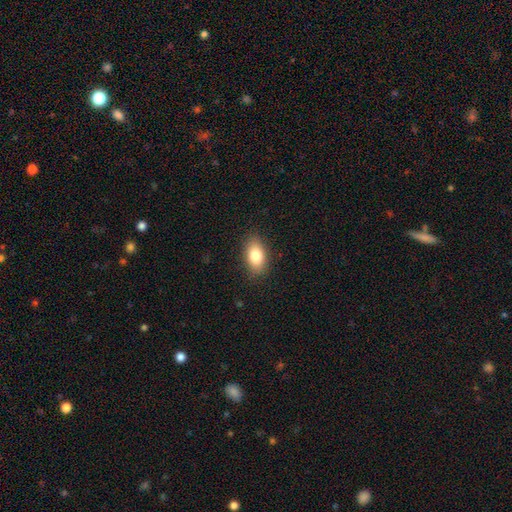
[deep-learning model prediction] Morphology: type=smooth (82%); roundness=in between (90%); merging=none (87%).